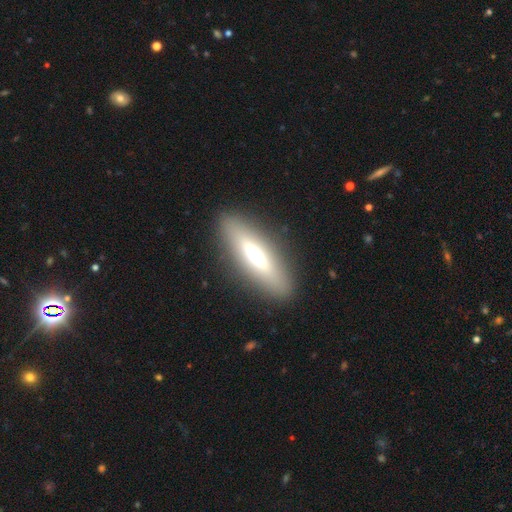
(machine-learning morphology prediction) A smooth galaxy with no disk features (53%) that is cigar-shaped (67%). Merging: none (88%).